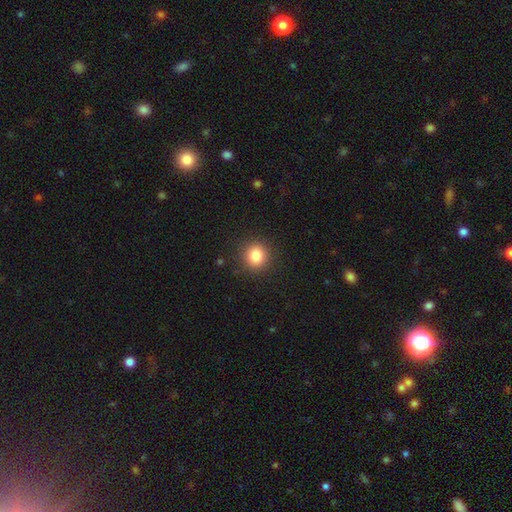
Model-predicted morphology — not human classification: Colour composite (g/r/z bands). It shows a smooth galaxy with no disk features (83%) that is round (91%). Merging: none (91%).